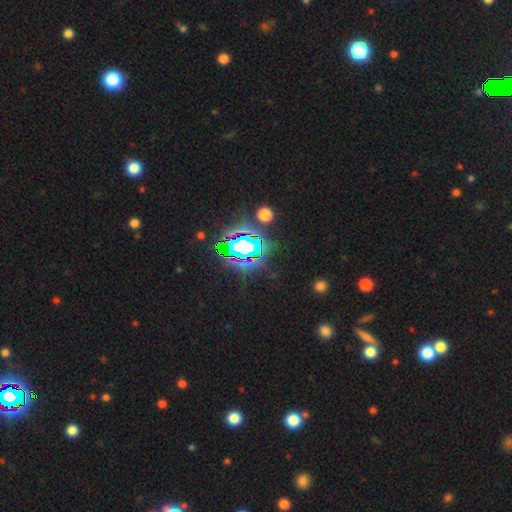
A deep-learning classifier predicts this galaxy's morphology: smooth-or-featured: star or artifact: 82% | smooth: 11% | featured or disk: 7%